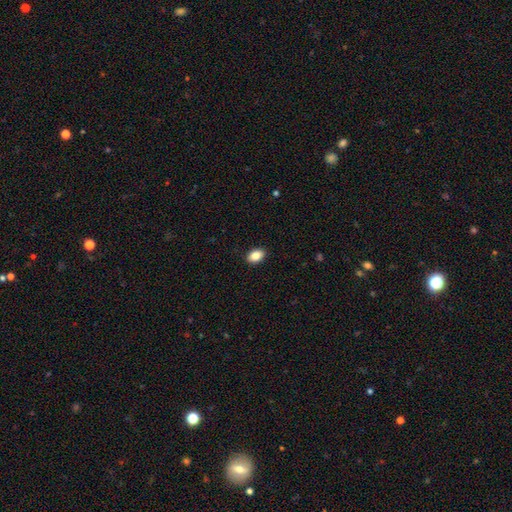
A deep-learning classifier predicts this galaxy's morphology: Smooth or featured? smooth (86%)
How rounded? in between (86%)
Merging? none (90%)